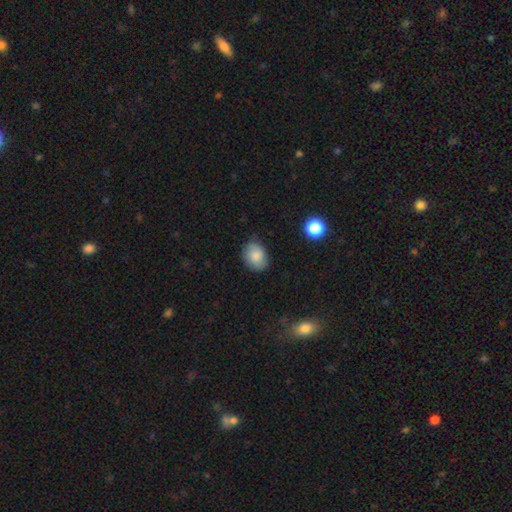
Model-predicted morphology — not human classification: type=smooth (82%); roundness=in between (59%); merging=none (77%).